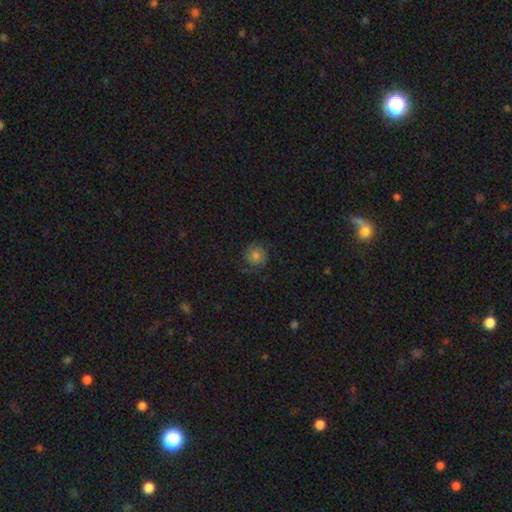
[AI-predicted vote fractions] This is likely a smooth galaxy (70%). How rounded: clearly round (91%). Merging: likely none (77%).